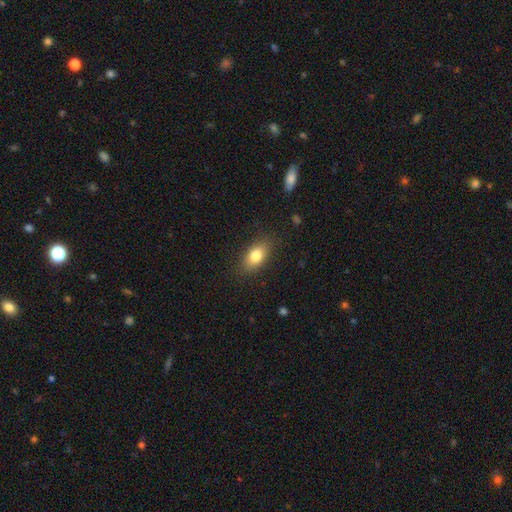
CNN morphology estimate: Overall: smooth (81%). How rounded: in between (85%). Merging: none (84%).